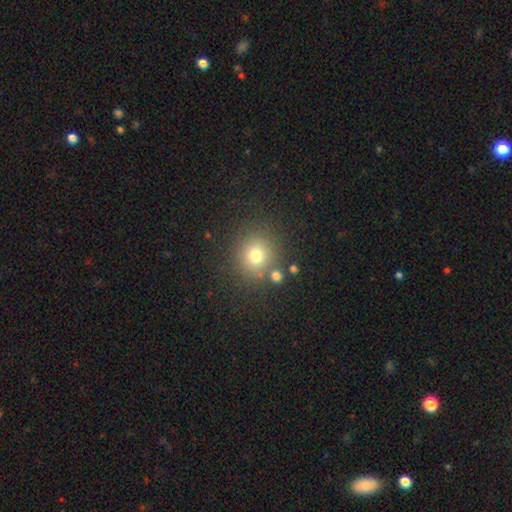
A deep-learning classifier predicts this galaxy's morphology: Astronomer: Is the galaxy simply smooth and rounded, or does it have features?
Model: smooth — 75%.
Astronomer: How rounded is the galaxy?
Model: round — 89%.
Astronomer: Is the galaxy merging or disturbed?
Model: none — 79%.